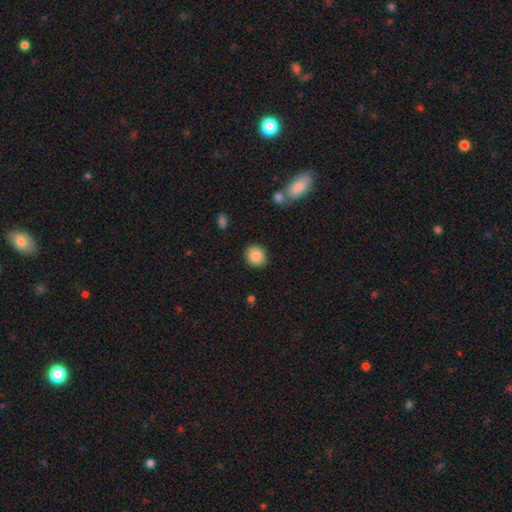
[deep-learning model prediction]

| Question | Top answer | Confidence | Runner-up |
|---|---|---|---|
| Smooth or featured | smooth | 87% | star or artifact (8%) |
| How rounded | round | 80% | in between (19%) |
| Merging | none | 89% | minor disturbance (7%) |